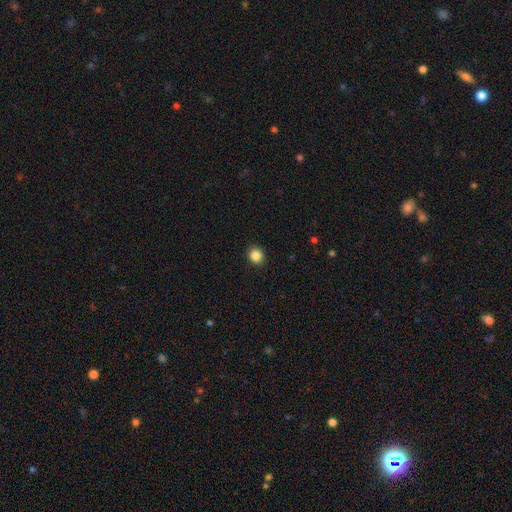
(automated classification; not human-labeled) smooth-or-featured: smooth: 86% | star or artifact: 11% | featured or disk: 4%
  how-rounded: round: 85% | in between: 14% | cigar-shaped: 1%
  merging: none: 92% | minor disturbance: 5% | major disturbance: 2% | merger: 1%